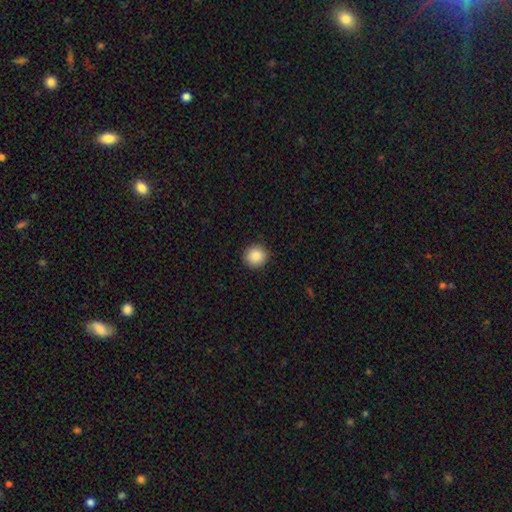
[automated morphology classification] Q: Smooth or featured?
A: smooth (87%); runner-up: star or artifact (8%)
Q: How rounded?
A: round (91%); runner-up: in between (8%)
Q: Merging?
A: none (91%); runner-up: minor disturbance (6%)